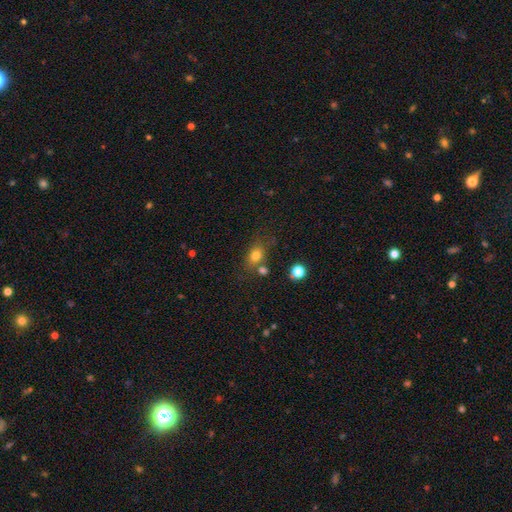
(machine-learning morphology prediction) type=smooth (78%); roundness=in between (65%); merging=none (63%).